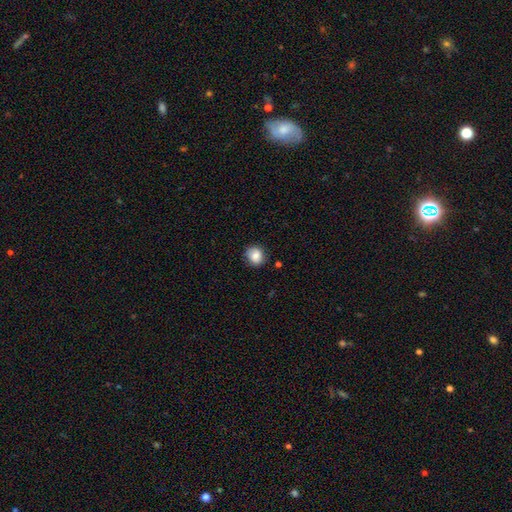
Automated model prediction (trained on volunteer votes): This is clearly a smooth galaxy (84%). How rounded: likely round (77%). Merging: clearly none (83%).